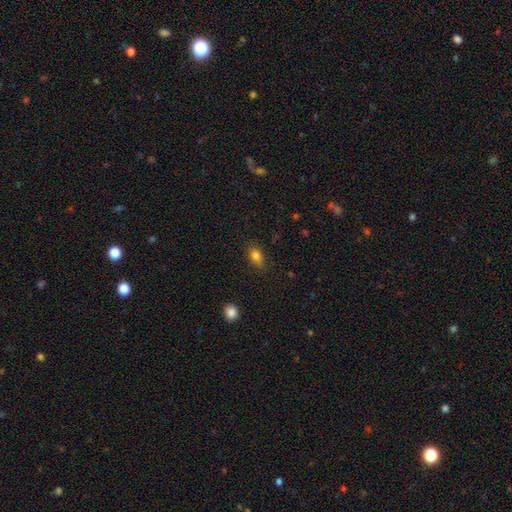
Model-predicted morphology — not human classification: Overall: smooth (81%). How rounded: in between (81%). Merging: none (84%).